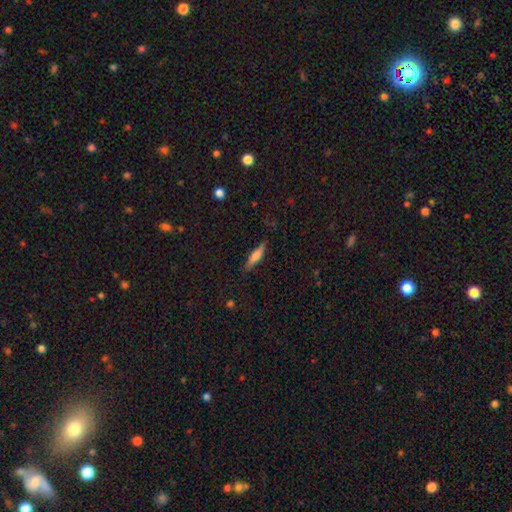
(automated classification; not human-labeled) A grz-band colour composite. It shows a smooth galaxy with no disk features (59%) that is cigar-shaped (76%). Merging: none (84%).